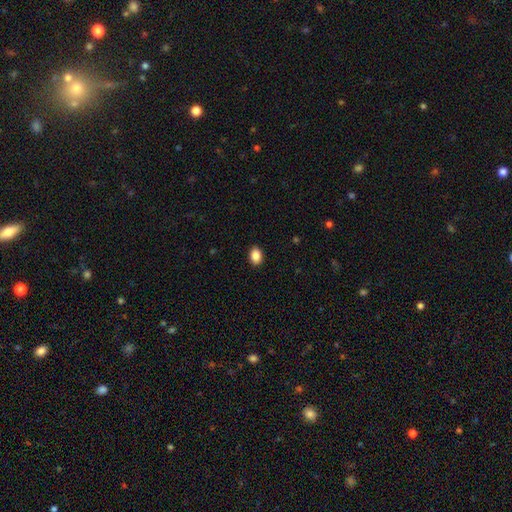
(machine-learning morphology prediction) A smooth galaxy with no disk features (89%) that is in between round and cigar-shaped (74%).

Vote fractions:
- Smooth or featured? smooth: 89% / star or artifact: 8% / featured or disk: 3%
- How rounded? in between: 74% / round: 25% / cigar-shaped: 1%
- Merging? none: 90% / minor disturbance: 7% / major disturbance: 2% / merger: 1%